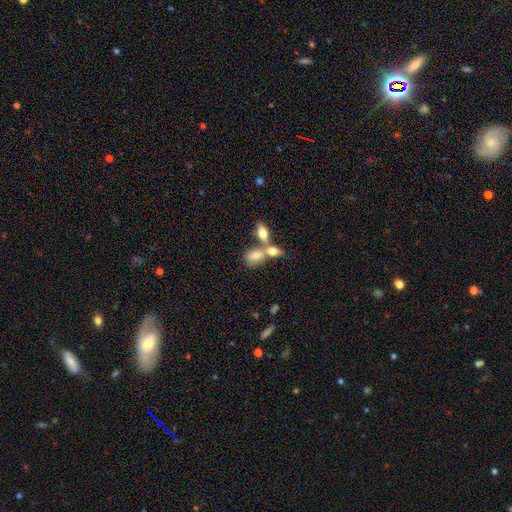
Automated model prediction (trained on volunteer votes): This is likely a smooth galaxy (74%). How rounded: clearly in between (83%). Merging: likely merger (60%).